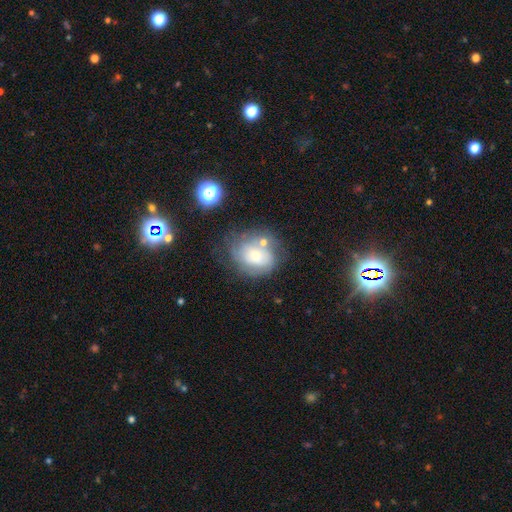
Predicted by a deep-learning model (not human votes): The model was most divided on "how rounded": round: 53%, in between: 46%, cigar-shaped: 1%. Remaining: smooth or featured — smooth (51%); merging — none (45%).